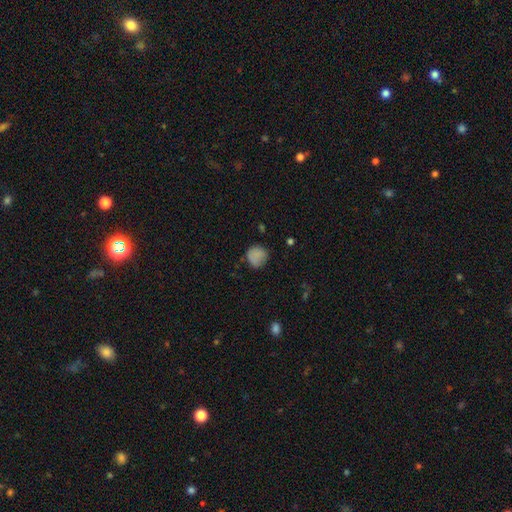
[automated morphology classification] Smooth or featured: smooth — 83% (star or artifact — 10%)
How rounded: round — 88% (in between — 11%)
Merging: none — 73% (minor disturbance — 20%)